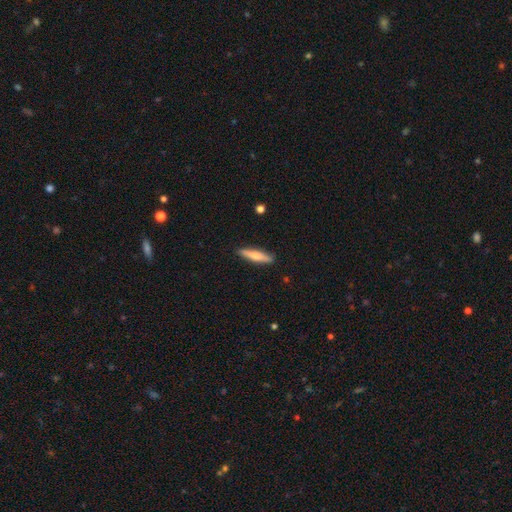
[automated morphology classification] type=smooth (61%); roundness=cigar-shaped (84%); merging=none (89%).